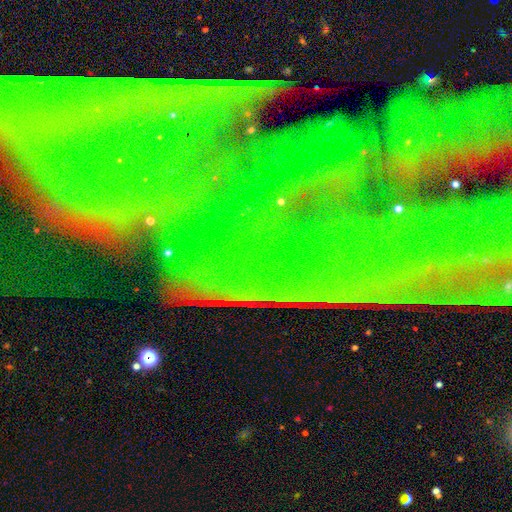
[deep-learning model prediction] Smooth or featured? Predicted: star or artifact (p=0.78).